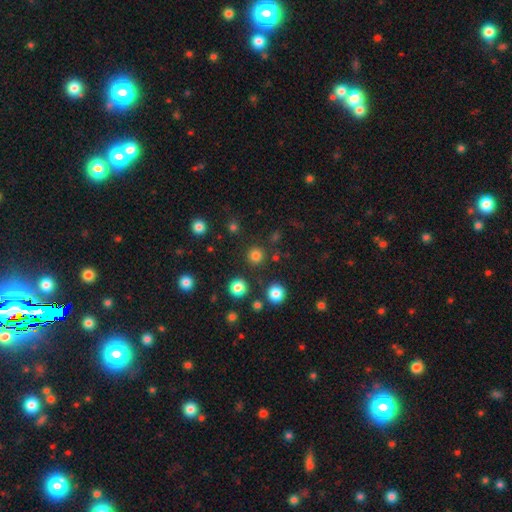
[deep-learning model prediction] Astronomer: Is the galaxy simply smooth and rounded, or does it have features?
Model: smooth — 80%.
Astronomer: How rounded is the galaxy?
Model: round — 94%.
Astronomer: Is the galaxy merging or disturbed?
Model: none — 88%.